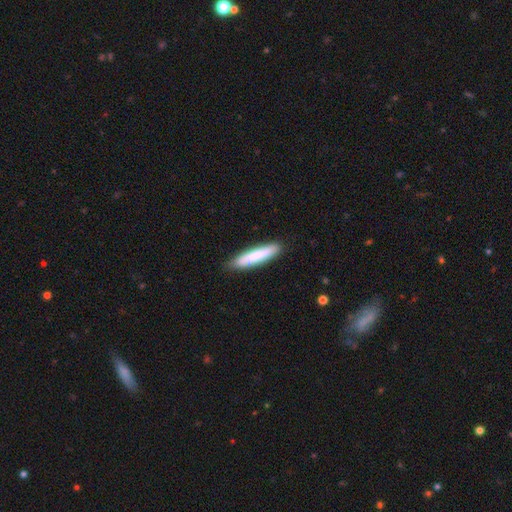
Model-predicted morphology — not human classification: Smooth or featured: smooth — 81% (featured or disk — 14%)
How rounded: cigar-shaped — 87% (in between — 12%)
Merging: none — 87% (minor disturbance — 11%)